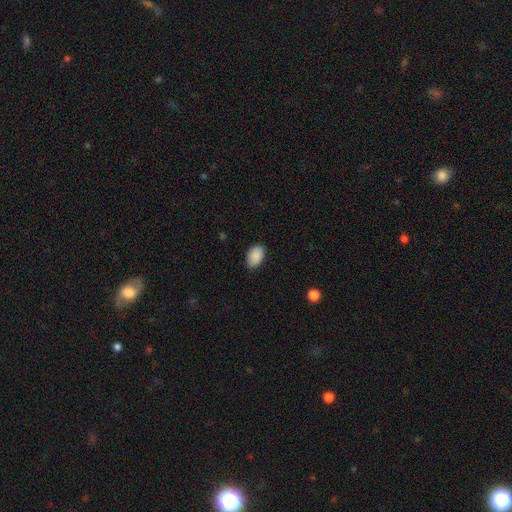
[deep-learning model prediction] Smooth or featured: smooth — 90% (star or artifact — 7%)
How rounded: in between — 88% (round — 11%)
Merging: none — 84% (minor disturbance — 13%)